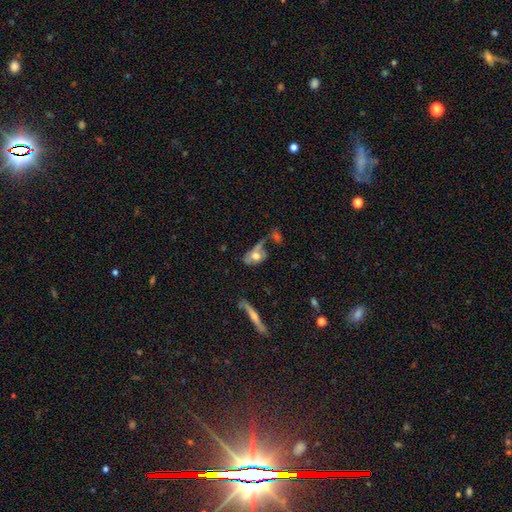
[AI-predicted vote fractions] Smooth or featured? Predicted: smooth (p=0.51). How rounded? Predicted: in between (p=0.80). Merging? Predicted: major disturbance (p=0.34).